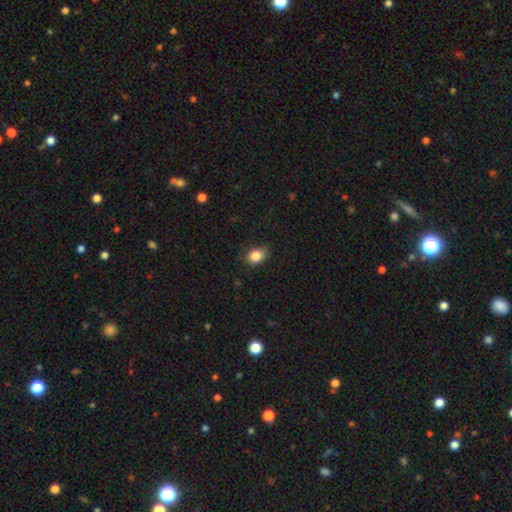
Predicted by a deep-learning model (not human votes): Morphology: type=smooth (84%); roundness=in between (68%); merging=none (78%).